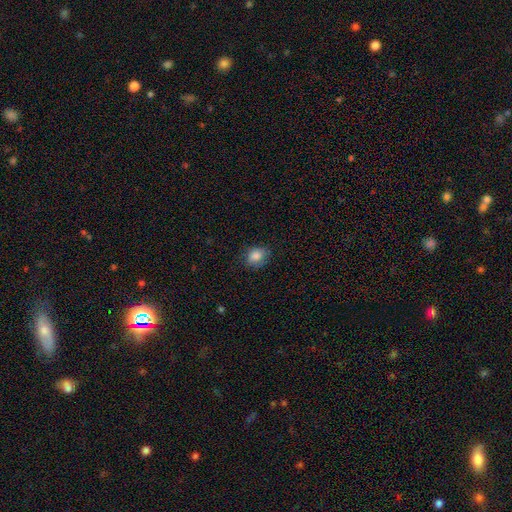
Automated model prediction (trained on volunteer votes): A smooth galaxy with no disk features (85%) that is in between round and cigar-shaped (54%). Merging: none (75%).